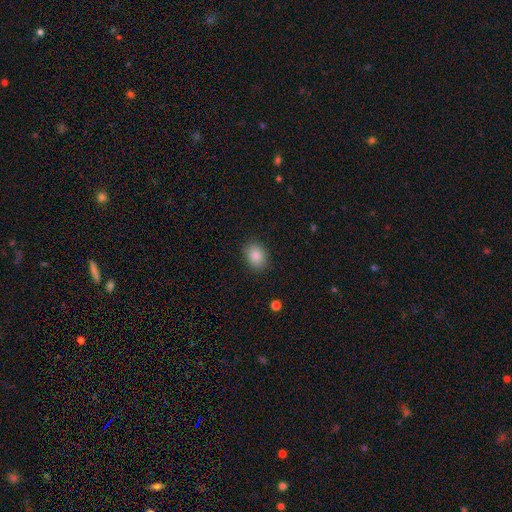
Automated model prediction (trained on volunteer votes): The model was most divided on "how rounded": in between: 62%, round: 37%, cigar-shaped: 1%. More confident: smooth or featured — smooth (87%); merging — none (86%).